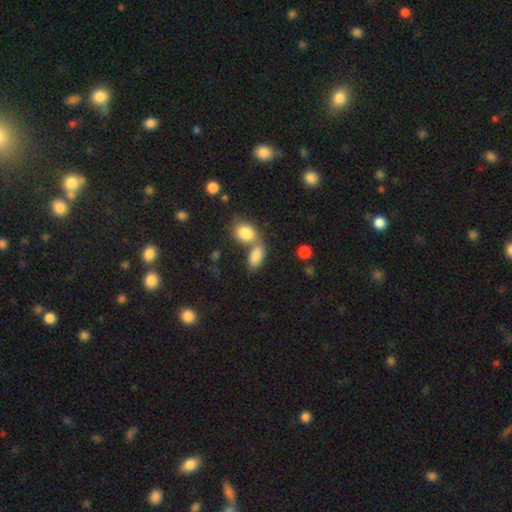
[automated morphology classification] The model was most divided on "merging": merger: 50%, none: 36%, minor disturbance: 9%, major disturbance: 4%. More confident: how rounded — in between (87%); smooth or featured — smooth (85%).